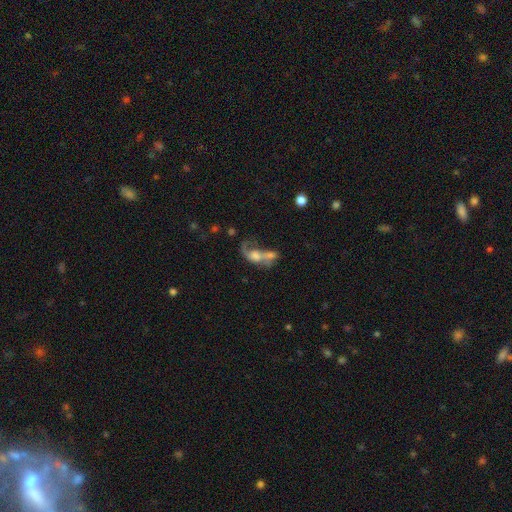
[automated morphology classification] Smooth or featured?
  - featured or disk: 51% *
  - smooth: 38%
  - star or artifact: 11%
Edge-on disk?
  - no: 95% *
  - yes: 5%
Merging?
  - merger: 63% *
  - major disturbance: 18%
  - none: 12%
  - minor disturbance: 6%